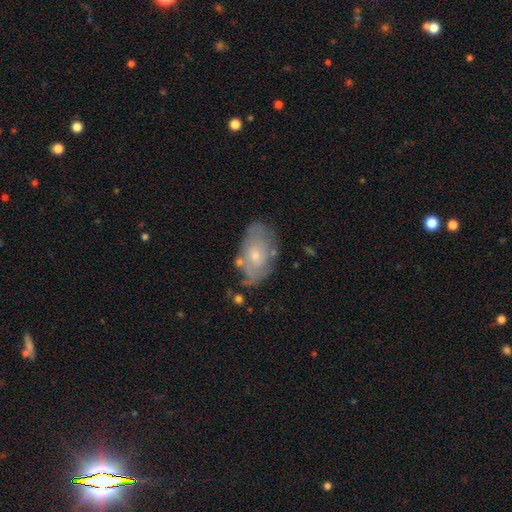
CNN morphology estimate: This is possibly a featured or disk galaxy (54%). It is clearly not viewed edge-on (94%). Bar: clearly no (82%). Spiral arm pattern: possibly yes (55%). Central bulge: likely small (67%). Merging: possibly none (59%).